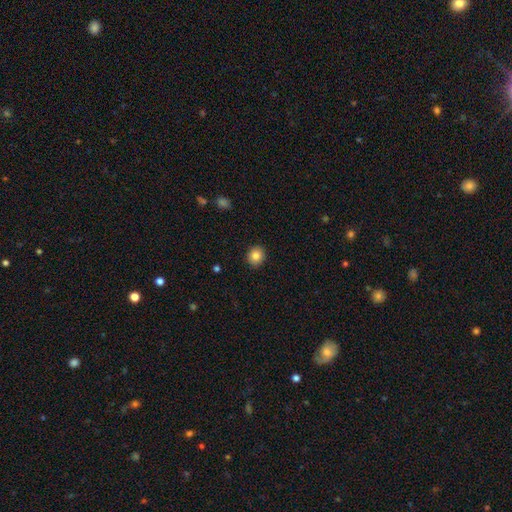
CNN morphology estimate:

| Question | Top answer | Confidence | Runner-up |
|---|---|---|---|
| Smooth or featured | smooth | 84% | star or artifact (9%) |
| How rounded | round | 80% | in between (19%) |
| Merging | none | 91% | minor disturbance (6%) |